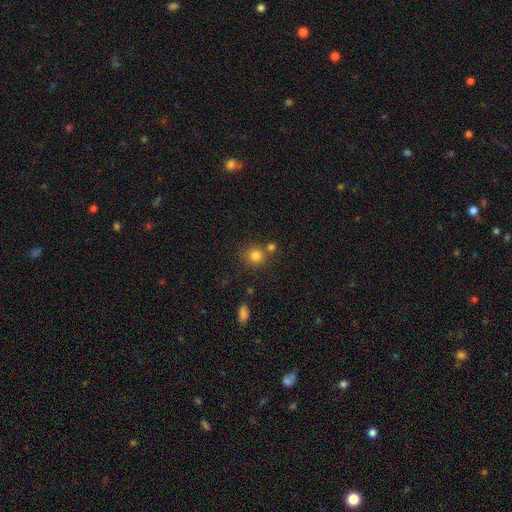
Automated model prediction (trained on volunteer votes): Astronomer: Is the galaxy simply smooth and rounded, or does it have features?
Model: smooth — 81%.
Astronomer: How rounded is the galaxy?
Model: round — 87%.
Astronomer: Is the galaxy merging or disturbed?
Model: none — 70%.